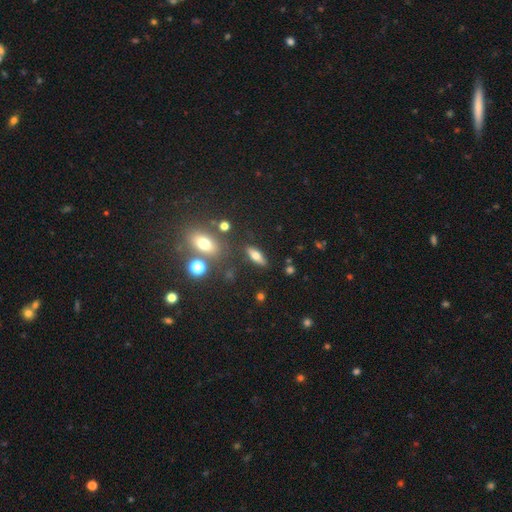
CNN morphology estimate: This is possibly a smooth galaxy (58%). How rounded: possibly in between (59%). Merging: clearly none (80%).